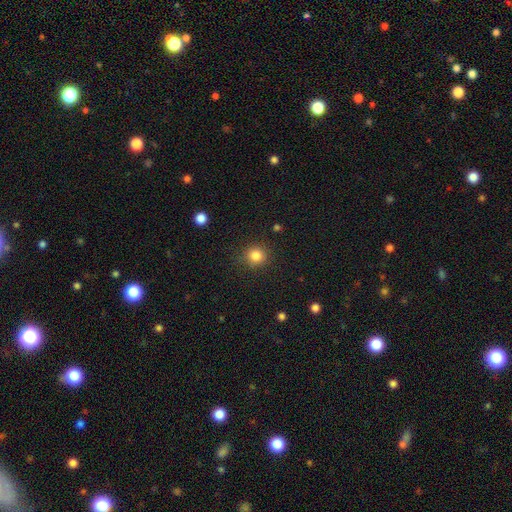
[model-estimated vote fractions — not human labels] smooth_or_featured: smooth (p=0.84) [alt: star or artifact p=0.11]
how_rounded: round (p=0.91) [alt: in between p=0.08]
merging: none (p=0.89) [alt: minor disturbance p=0.07]